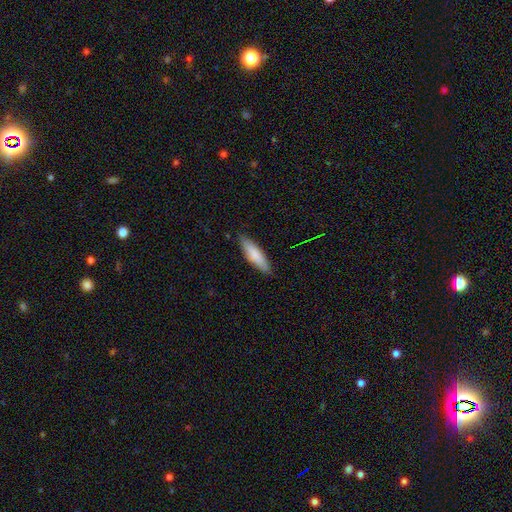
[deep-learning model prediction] Morphology: type=smooth (79%); roundness=cigar-shaped (66%); merging=none (85%).